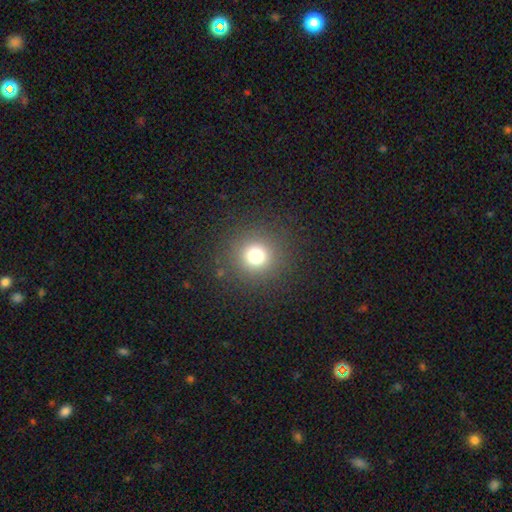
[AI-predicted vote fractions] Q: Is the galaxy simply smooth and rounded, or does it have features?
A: smooth — 74%.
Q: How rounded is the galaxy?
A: round — 95%.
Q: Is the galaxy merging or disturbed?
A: none — 88%.